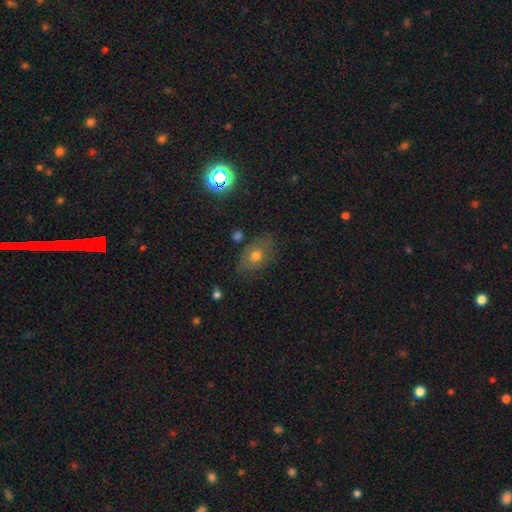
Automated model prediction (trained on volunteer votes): Morphology: type=smooth (57%); roundness=in between (76%); merging=none (69%).